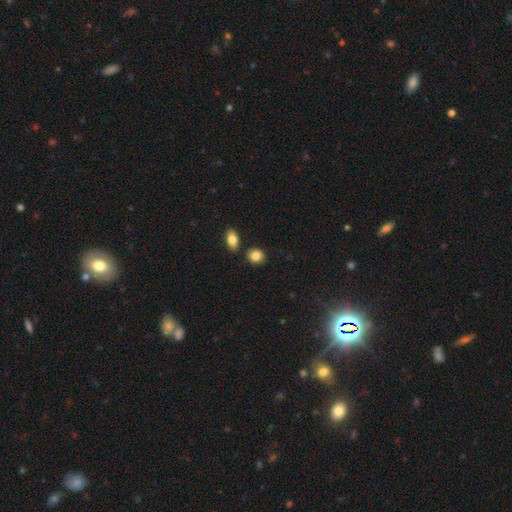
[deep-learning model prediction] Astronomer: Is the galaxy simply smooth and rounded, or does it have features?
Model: smooth — 85%.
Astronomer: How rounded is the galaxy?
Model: round — 59% (runner-up: in between, 39%).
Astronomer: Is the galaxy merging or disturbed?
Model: none — 79%.